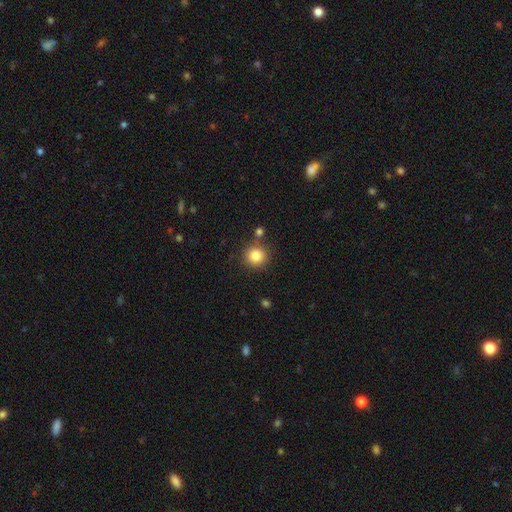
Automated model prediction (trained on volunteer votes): A smooth galaxy with no disk features (83%) that is round (92%). Merging: none (81%).